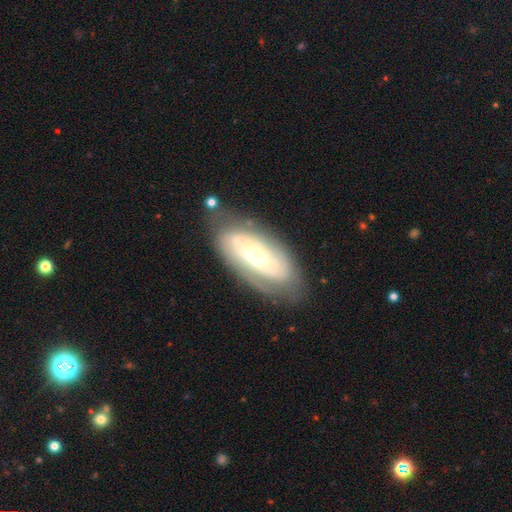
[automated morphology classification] smooth_or_featured: featured or disk (p=0.71) [alt: smooth p=0.23]
disk_edge_on: no (p=0.91) [alt: yes p=0.09]
bar: no (p=0.67) [alt: weak p=0.24]
has_spiral_arms: yes (p=0.78) [alt: no p=0.22]
bulge_size: small (p=0.47) [alt: moderate p=0.46]
merging: none (p=0.70) [alt: minor disturbance p=0.20]